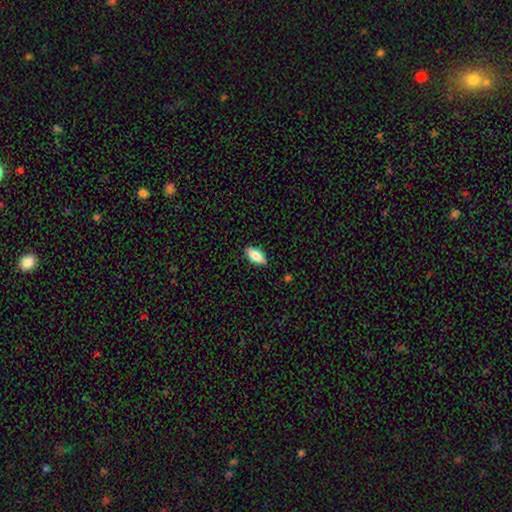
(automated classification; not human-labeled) The model was most divided on "smooth or featured": smooth: 72%, featured or disk: 21%, star or artifact: 7%. More confident: merging — none (87%); how rounded — in between (82%).